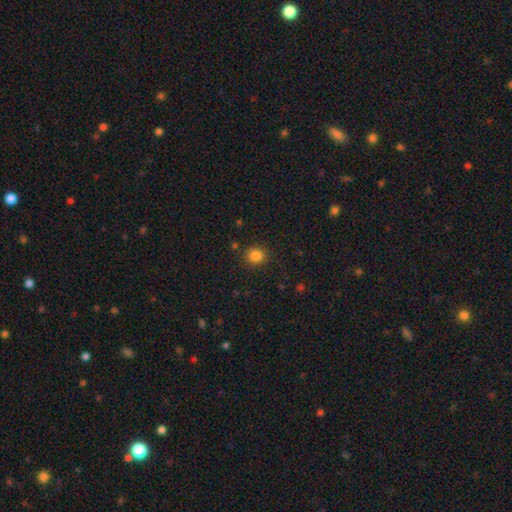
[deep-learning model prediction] smooth 83%, star or artifact 12%, featured or disk 4%. Down the decision tree: how rounded — round (84%); merging — none (88%).